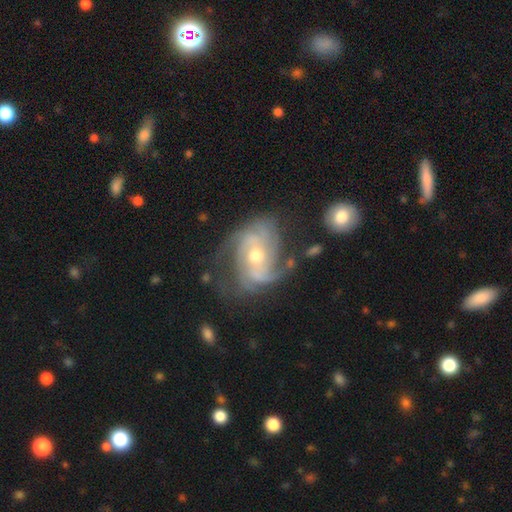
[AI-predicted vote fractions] The model was most divided on "spiral winding": medium: 44%, tight: 35%, loose: 20%. Remaining: edge-on disk — no (97%); spiral arms — yes (95%); smooth or featured — featured or disk (86%); bar — no (62%); bulge size — moderate (62%); merging — none (57%); spiral arm count — 3 (37%).